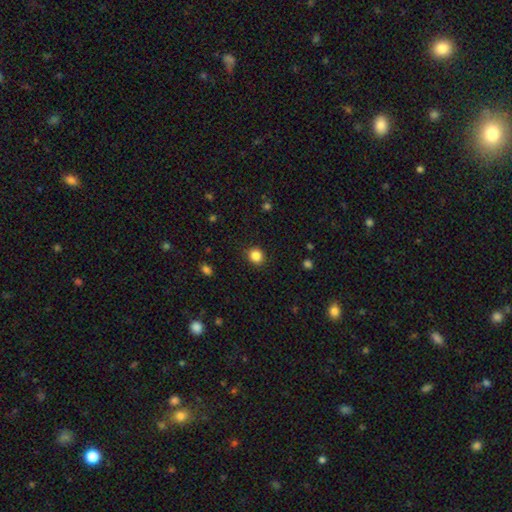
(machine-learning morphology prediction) The model was most divided on "how rounded": round: 86%, in between: 13%, cigar-shaped: 1%. More confident: merging — none (89%); smooth or featured — smooth (85%).